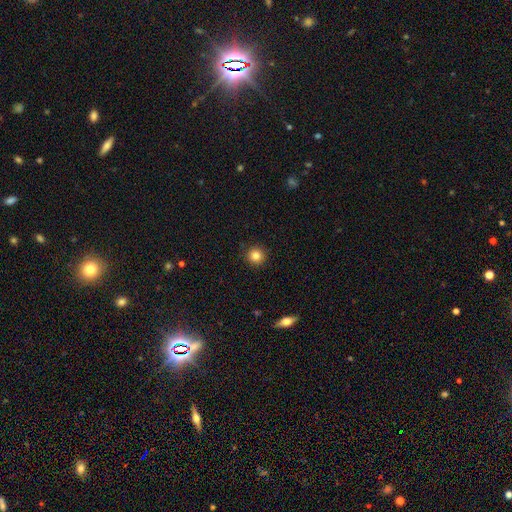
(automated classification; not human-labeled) Overall: smooth (84%). How rounded: round (95%). Merging: none (92%).